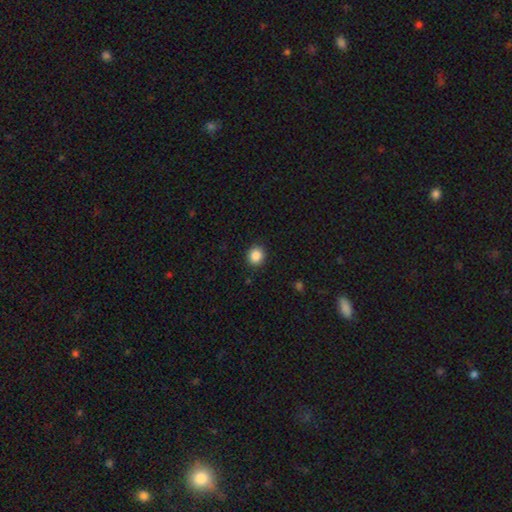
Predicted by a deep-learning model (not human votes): smooth 86%, star or artifact 10%, featured or disk 4%. Down the decision tree: how rounded — round (81%); merging — none (91%).